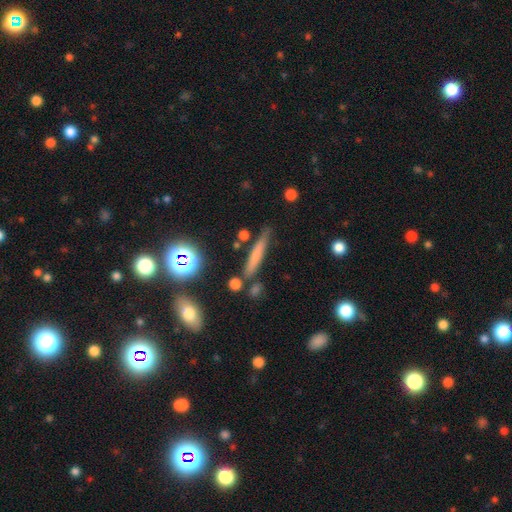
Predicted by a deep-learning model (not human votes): Smooth or featured? smooth (64%)
How rounded? cigar-shaped (90%)
Merging? none (77%)